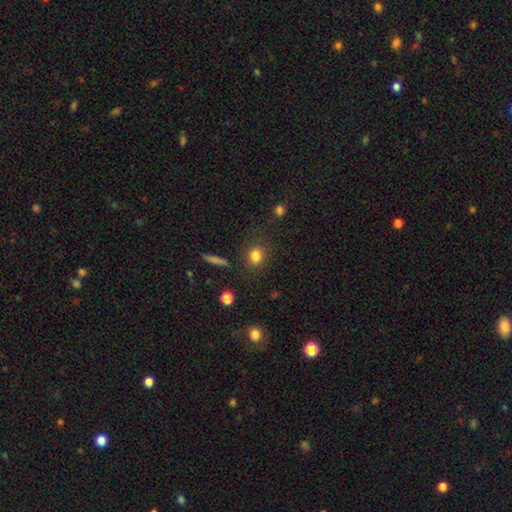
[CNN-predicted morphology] Smooth or featured? smooth (83%)
How rounded? round (73%)
Merging? none (83%)